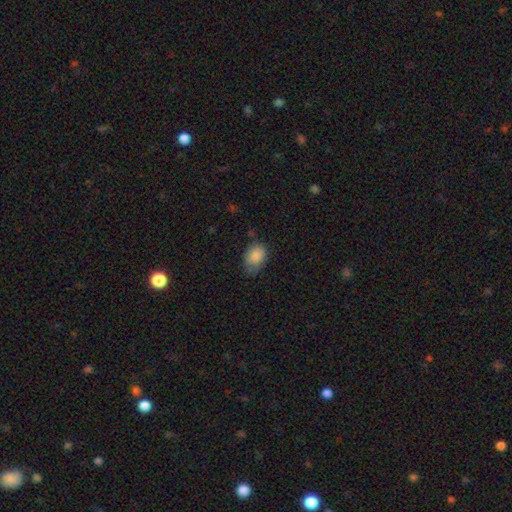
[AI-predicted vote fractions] smooth-or-featured: smooth: 86% | star or artifact: 8% | featured or disk: 6%
  how-rounded: in between: 78% | round: 21% | cigar-shaped: 1%
  merging: none: 56% | minor disturbance: 33% | major disturbance: 9% | merger: 2%